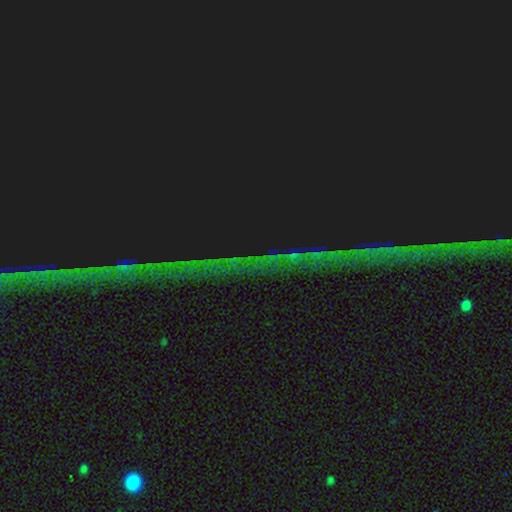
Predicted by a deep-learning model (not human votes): Smooth or featured? Predicted: star or artifact (p=0.85).